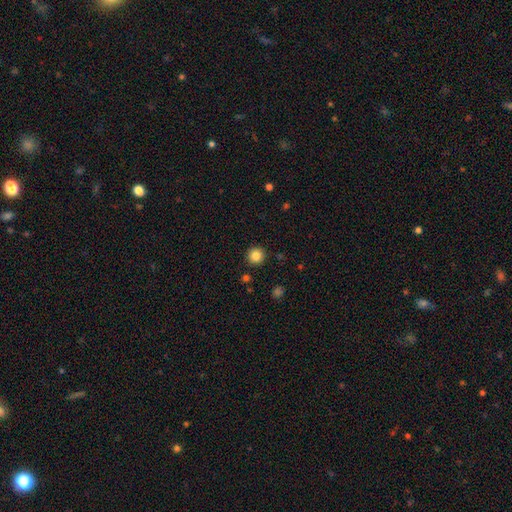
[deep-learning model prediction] Smooth or featured? Predicted: smooth (p=0.84). How rounded? Predicted: round (p=0.95). Merging? Predicted: none (p=0.92).